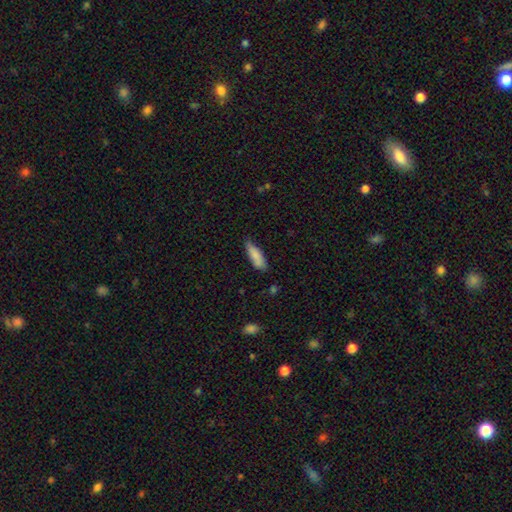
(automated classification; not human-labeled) Q: Smooth or featured?
A: smooth (85%); runner-up: featured or disk (9%)
Q: How rounded?
A: in between (56%); runner-up: cigar-shaped (42%)
Q: Merging?
A: none (71%); runner-up: minor disturbance (24%)